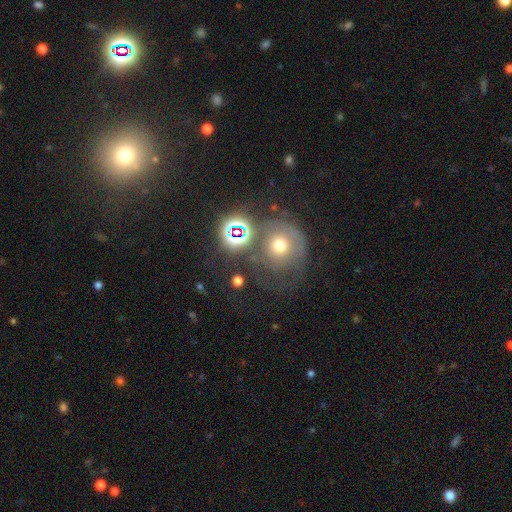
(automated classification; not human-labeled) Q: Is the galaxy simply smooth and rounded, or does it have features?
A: star or artifact — 36%.